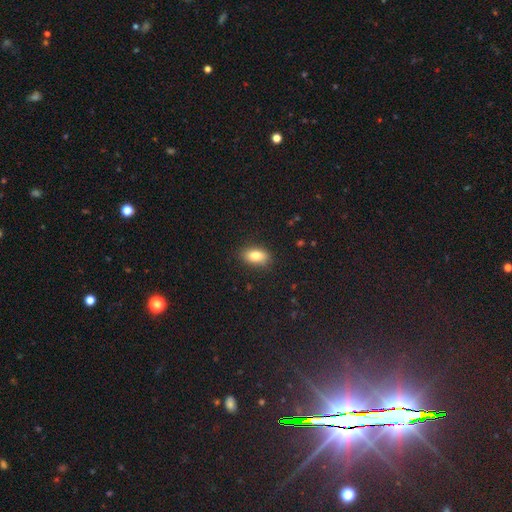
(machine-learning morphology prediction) Q: Smooth or featured?
A: smooth (83%); runner-up: featured or disk (9%)
Q: How rounded?
A: in between (89%); runner-up: round (8%)
Q: Merging?
A: none (87%); runner-up: minor disturbance (10%)